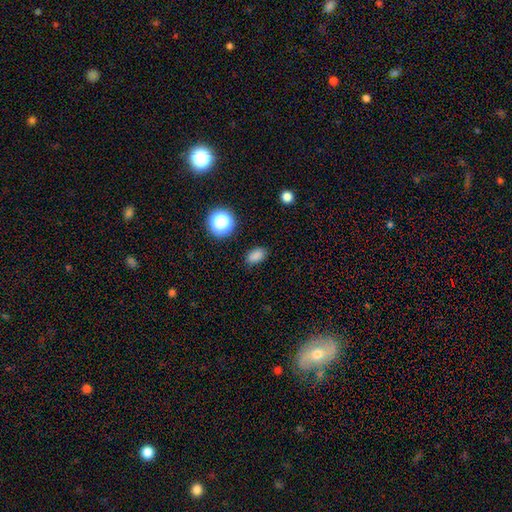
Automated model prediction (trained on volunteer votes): The model was most divided on "how rounded": in between: 81%, round: 17%, cigar-shaped: 2%. More confident: merging — none (84%); smooth or featured — smooth (82%).